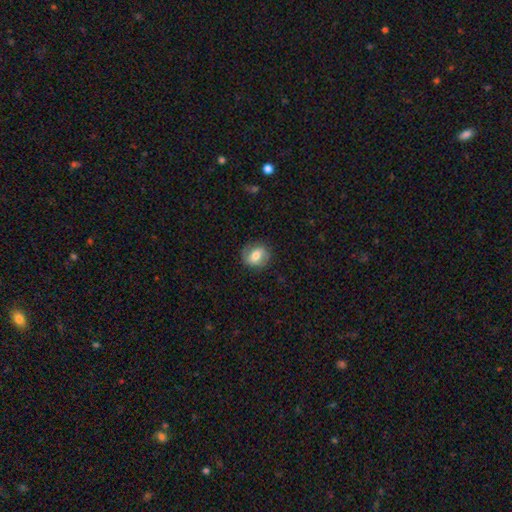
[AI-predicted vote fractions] This appears to be a smooth galaxy with no disk features (53%) that is round (62%). Merging: none (78%).